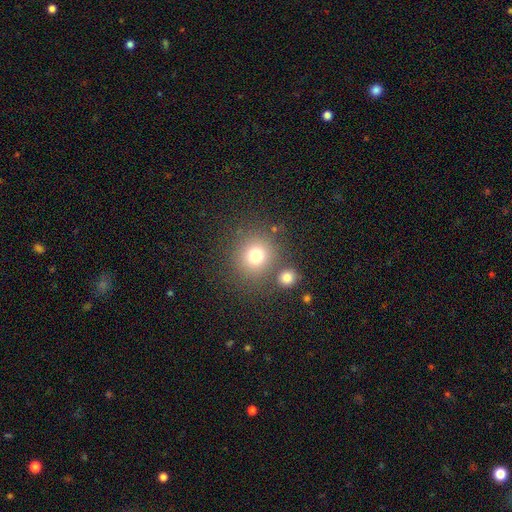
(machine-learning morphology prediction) smooth_or_featured: smooth (p=0.76) [alt: star or artifact p=0.14]
how_rounded: round (p=0.90) [alt: in between p=0.09]
merging: none (p=0.75) [alt: merger p=0.12]